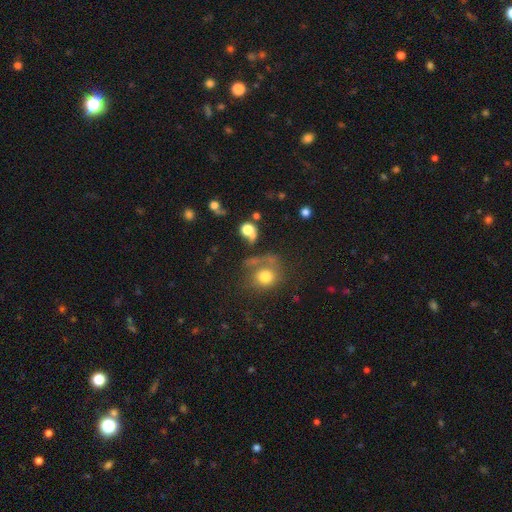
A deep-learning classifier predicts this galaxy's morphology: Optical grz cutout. It shows a smooth galaxy with no disk features (55%) that is round (84%). Merging: none (67%).